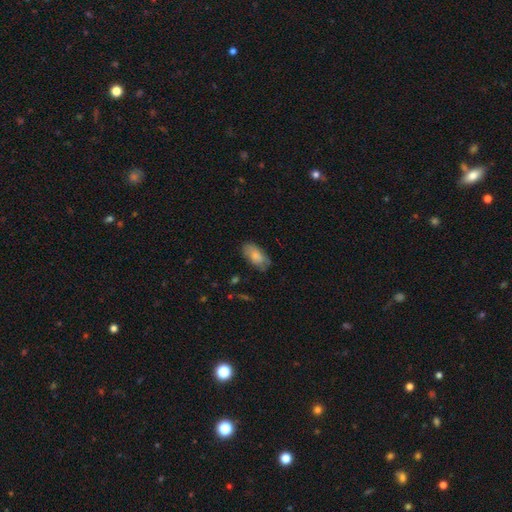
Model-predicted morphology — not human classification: The model was most divided on "merging": none: 71%, minor disturbance: 23%, major disturbance: 5%, merger: 1%. More confident: how rounded — in between (92%); smooth or featured — smooth (78%).